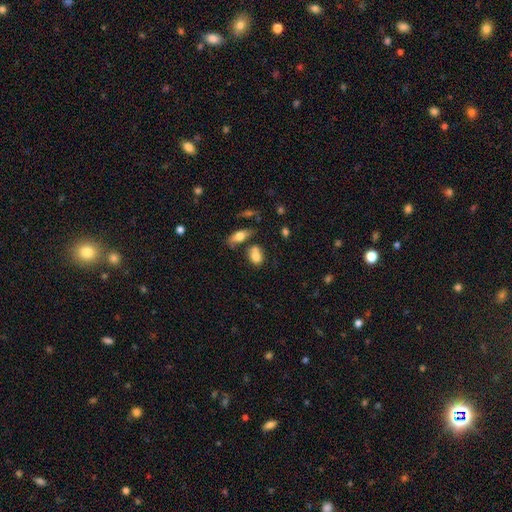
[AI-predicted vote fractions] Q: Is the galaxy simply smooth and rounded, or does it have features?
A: smooth — 78%.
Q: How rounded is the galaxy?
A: in between — 63%.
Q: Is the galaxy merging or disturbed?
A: none — 42%.